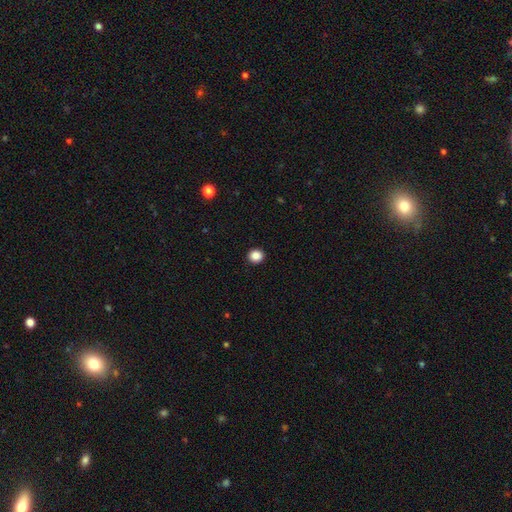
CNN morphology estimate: A smooth galaxy with no disk features (87%) that is round (86%). Merging: none (93%).